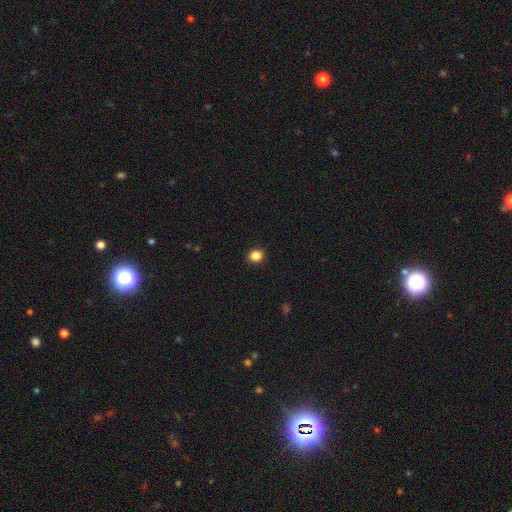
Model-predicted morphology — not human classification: A smooth galaxy with no disk features (86%) that is round (66%).

Vote fractions:
- Smooth or featured? smooth: 86% / star or artifact: 10% / featured or disk: 3%
- How rounded? round: 66% / in between: 33% / cigar-shaped: 1%
- Merging? none: 90% / minor disturbance: 7% / major disturbance: 2% / merger: 1%